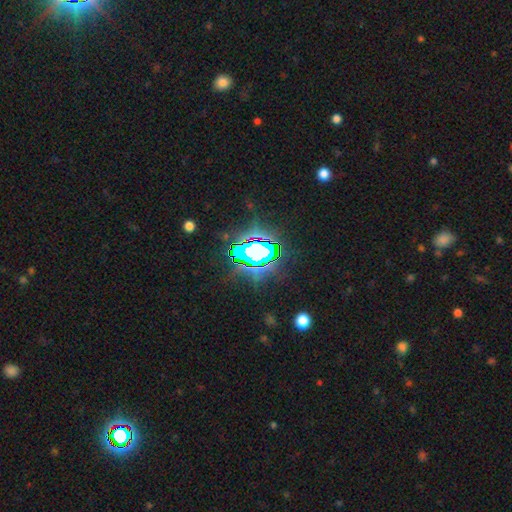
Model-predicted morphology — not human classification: smooth-or-featured: star or artifact: 75% | smooth: 14% | featured or disk: 11%